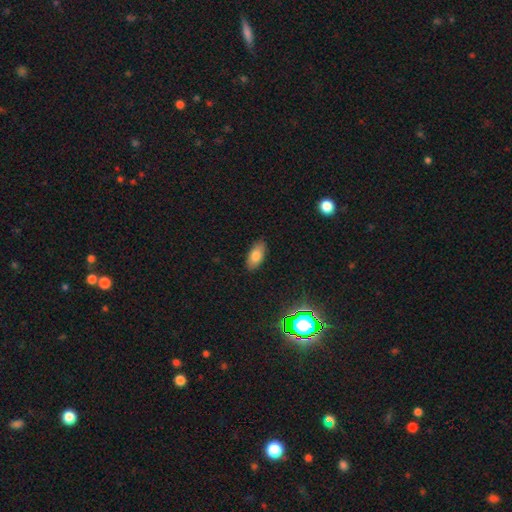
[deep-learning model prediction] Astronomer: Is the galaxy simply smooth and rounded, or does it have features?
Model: smooth — 79%.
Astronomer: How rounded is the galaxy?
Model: in between — 91%.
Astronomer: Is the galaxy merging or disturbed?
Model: none — 87%.